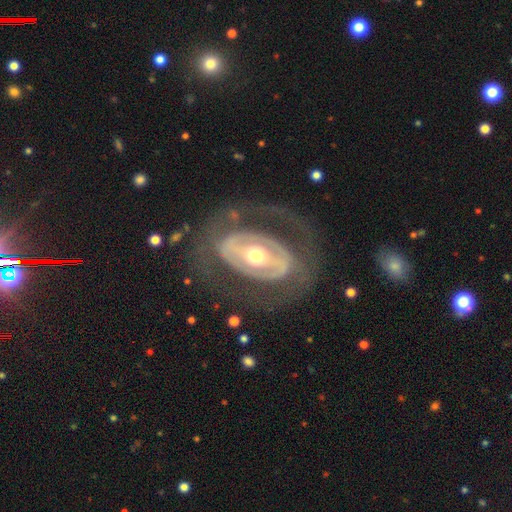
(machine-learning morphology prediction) Smooth or featured? Predicted: featured or disk (p=0.80). Edge-on disk? Predicted: no (p=0.94). Bar? Predicted: strong (p=0.39). Spiral arms? Predicted: no (p=0.52). Bulge size? Predicted: moderate (p=0.69). Merging? Predicted: none (p=0.69).